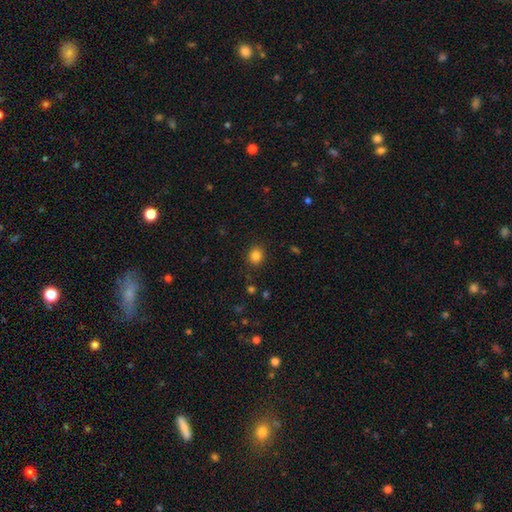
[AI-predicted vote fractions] smooth 84%, star or artifact 12%, featured or disk 4%. Down the decision tree: how rounded — round (75%); merging — none (88%).